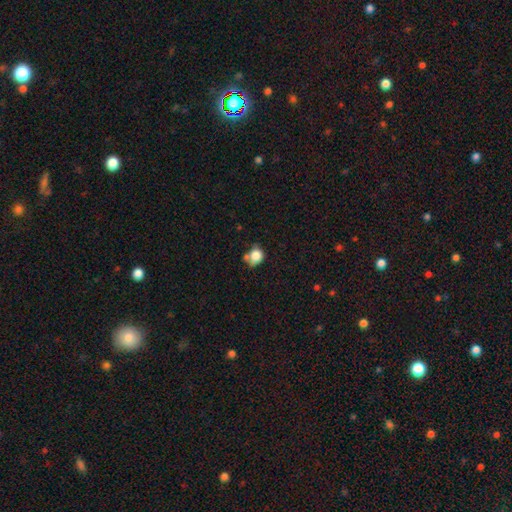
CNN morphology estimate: This is likely a smooth galaxy (79%). How rounded: likely round (63%). Merging: marginally none (42%).